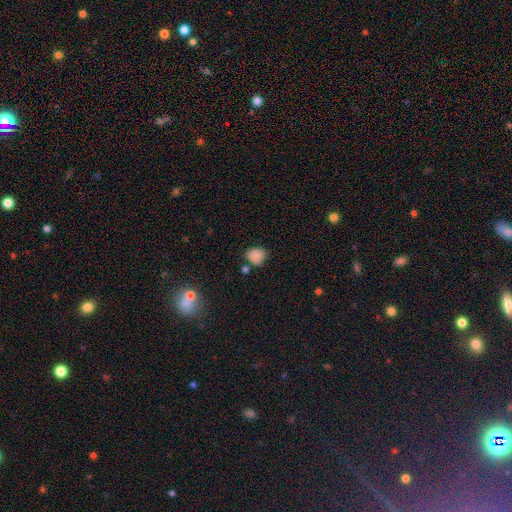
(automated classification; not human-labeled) Q: Smooth or featured?
A: smooth (83%); runner-up: star or artifact (11%)
Q: How rounded?
A: round (67%); runner-up: in between (32%)
Q: Merging?
A: none (65%); runner-up: minor disturbance (22%)